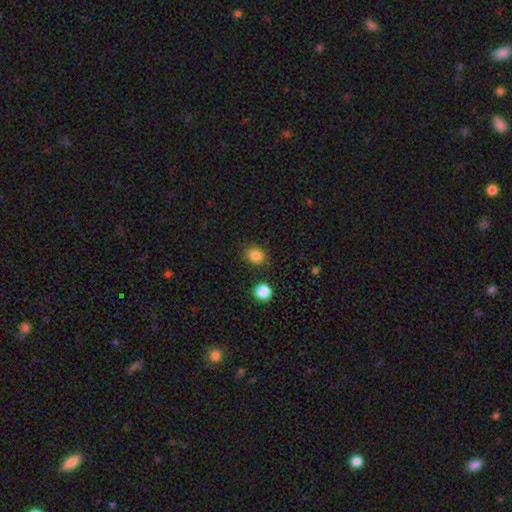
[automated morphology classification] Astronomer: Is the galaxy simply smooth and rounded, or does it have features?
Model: smooth — 85%.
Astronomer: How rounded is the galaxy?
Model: round — 62% (runner-up: in between, 37%).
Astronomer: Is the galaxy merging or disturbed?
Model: none — 84%.